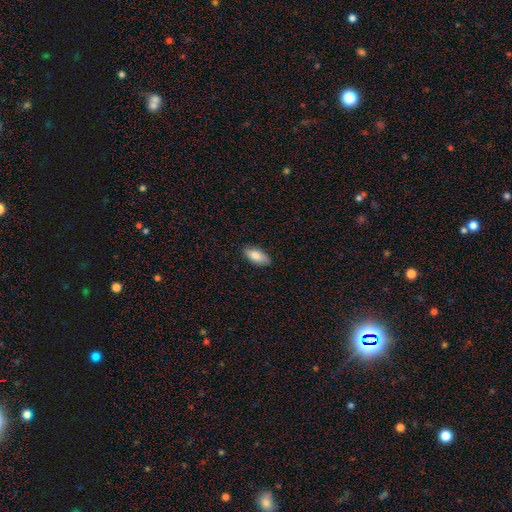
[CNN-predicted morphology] Smooth or featured?
  - smooth: 87% *
  - featured or disk: 7%
  - star or artifact: 6%
How rounded?
  - in between: 87% *
  - cigar-shaped: 11%
  - round: 2%
Merging?
  - none: 87% *
  - minor disturbance: 10%
  - major disturbance: 2%
  - merger: 1%